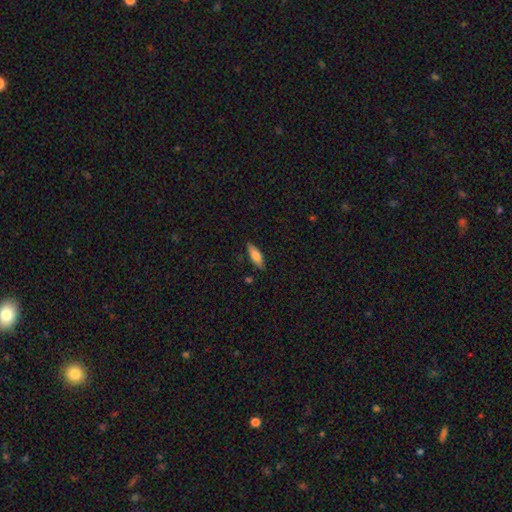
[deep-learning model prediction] A smooth galaxy with no disk features (75%) that is in between round and cigar-shaped (58%).

Vote fractions:
- Smooth or featured? smooth: 75% / featured or disk: 19% / star or artifact: 6%
- How rounded? in between: 58% / cigar-shaped: 40% / round: 2%
- Merging? none: 83% / minor disturbance: 13% / major disturbance: 2% / merger: 2%